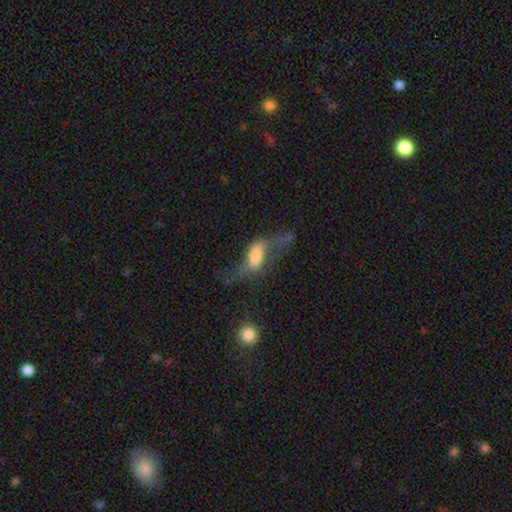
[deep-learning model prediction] featured or disk 54%, smooth 38%, star or artifact 9%. Down the decision tree: edge-on disk — no (78%); merging — major disturbance (48%).